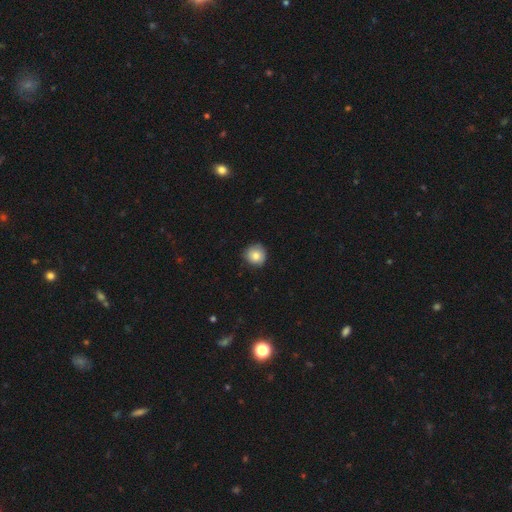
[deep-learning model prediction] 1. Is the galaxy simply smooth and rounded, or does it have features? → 80% smooth, 11% featured or disk, 9% star or artifact.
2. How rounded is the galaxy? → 93% round, 6% in between, 1% cigar-shaped.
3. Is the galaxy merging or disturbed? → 84% none, 13% minor disturbance, 2% major disturbance, 1% merger.